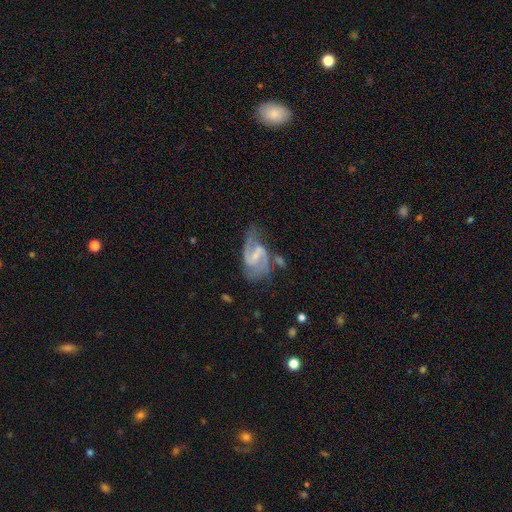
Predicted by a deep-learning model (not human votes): Smooth or featured? featured or disk (86%)
Edge-on disk? no (97%)
Bar? weak (53%)
Spiral arms? yes (95%)
Spiral winding? medium (52%)
Spiral arm count? 2 (87%)
Bulge size? small (62%)
Merging? none (53%)